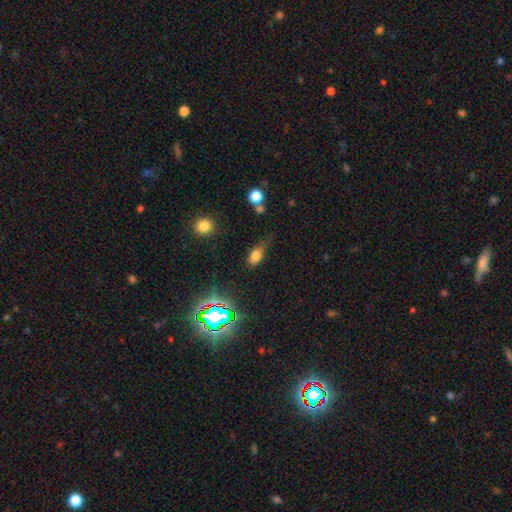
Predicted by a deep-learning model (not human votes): Morphology: type=smooth (74%); roundness=in between (83%); merging=none (55%).